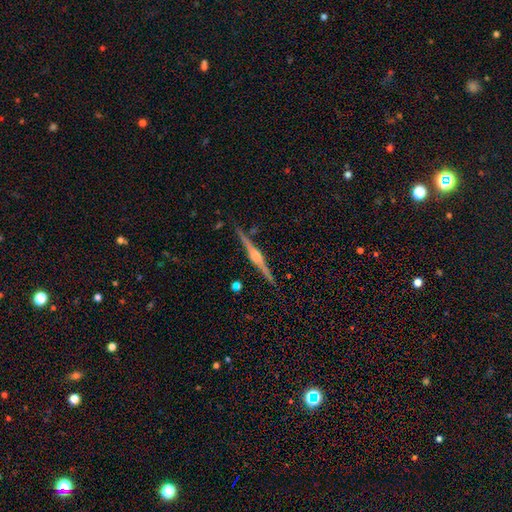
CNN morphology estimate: Q: Smooth or featured?
A: featured or disk (87%); runner-up: smooth (8%)
Q: Edge-on disk?
A: yes (99%); runner-up: no (1%)
Q: Edge-on bulge?
A: rounded (85%); runner-up: boxy (11%)
Q: Merging?
A: none (90%); runner-up: minor disturbance (7%)